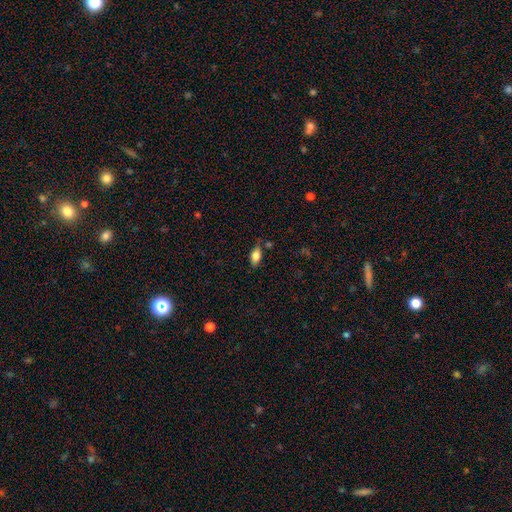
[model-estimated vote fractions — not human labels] smooth-or-featured: smooth: 76% | featured or disk: 16% | star or artifact: 8%
  how-rounded: in between: 87% | cigar-shaped: 9% | round: 4%
  merging: none: 73% | minor disturbance: 18% | merger: 4% | major disturbance: 4%